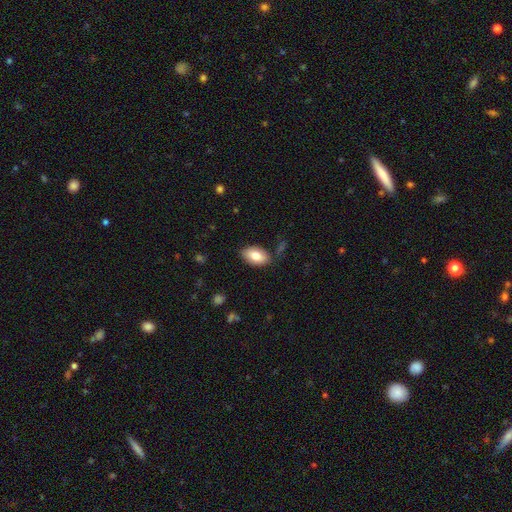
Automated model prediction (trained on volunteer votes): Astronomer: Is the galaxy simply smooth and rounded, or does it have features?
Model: smooth — 80%.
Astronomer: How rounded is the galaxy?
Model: in between — 93%.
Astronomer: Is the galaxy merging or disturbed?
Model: none — 82%.